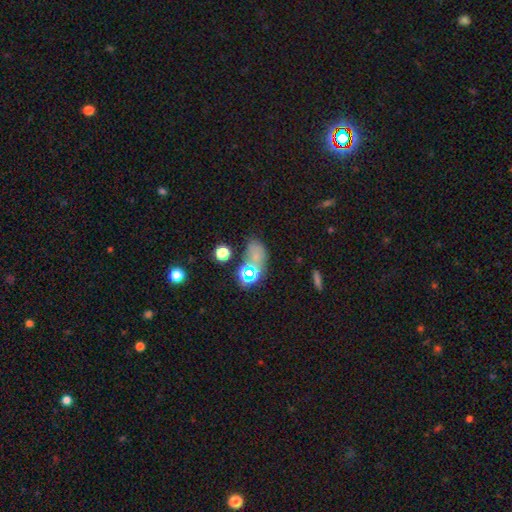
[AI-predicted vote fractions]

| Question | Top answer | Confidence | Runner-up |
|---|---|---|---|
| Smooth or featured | smooth | 52% | star or artifact (31%) |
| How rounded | in between | 72% | round (25%) |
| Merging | none | 44% | merger (26%) |